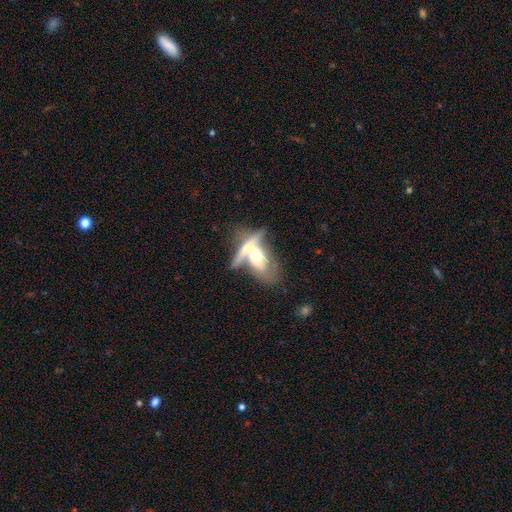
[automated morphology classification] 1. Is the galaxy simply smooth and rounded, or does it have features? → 50% smooth, 43% featured or disk, 7% star or artifact.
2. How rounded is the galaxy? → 68% in between, 19% cigar-shaped, 13% round.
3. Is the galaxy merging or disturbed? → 60% merger, 21% none, 10% minor disturbance, 9% major disturbance.